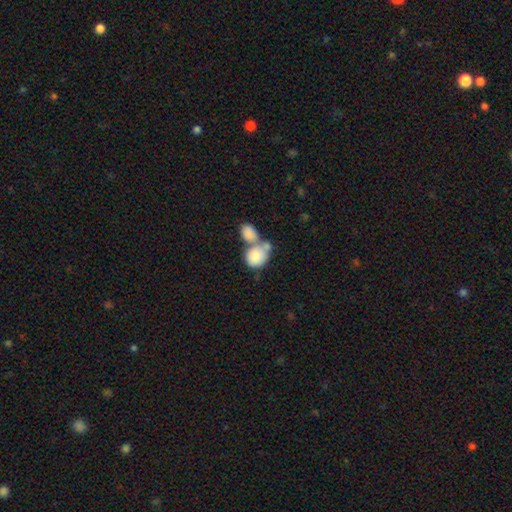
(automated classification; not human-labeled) This appears to be a smooth galaxy with no disk features (79%) that is round (58%). Merging: merger (62%).